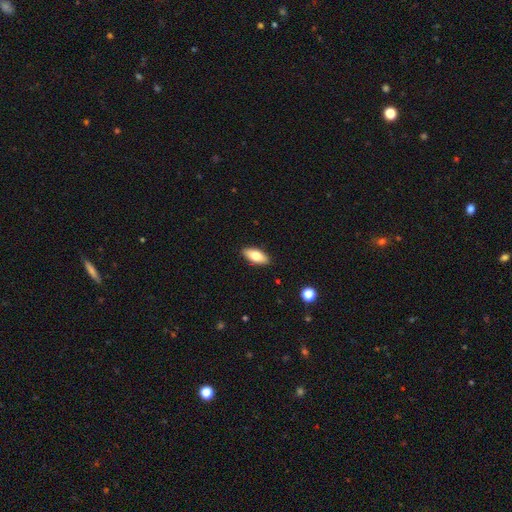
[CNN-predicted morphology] Smooth or featured?
  - smooth: 76% *
  - featured or disk: 17%
  - star or artifact: 7%
How rounded?
  - in between: 86% *
  - cigar-shaped: 11%
  - round: 2%
Merging?
  - none: 89% *
  - minor disturbance: 8%
  - major disturbance: 2%
  - merger: 1%